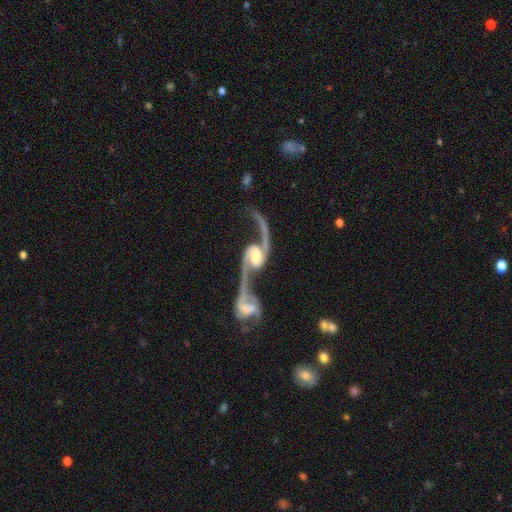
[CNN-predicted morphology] This is clearly a featured or disk galaxy (92%). It is clearly not viewed edge-on (97%). Bar: marginally weak (44%). Spiral arm pattern: clearly yes (97%). Spiral arm count: clearly 2 (93%). Spiral winding: likely loose (70%). Central bulge: possibly moderate (58%). Merging: likely merger (60%).